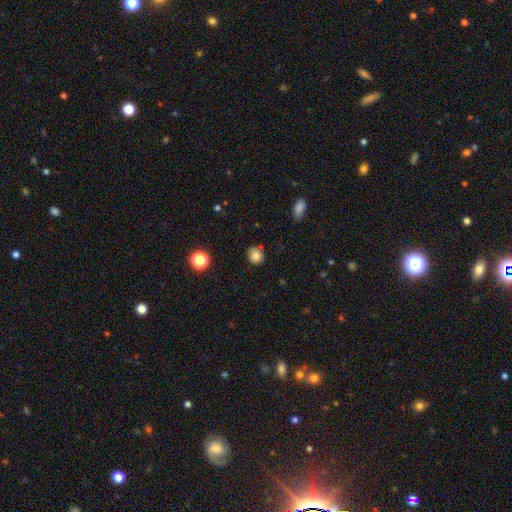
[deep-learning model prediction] Morphology: type=smooth (80%); roundness=round (80%); merging=none (81%).